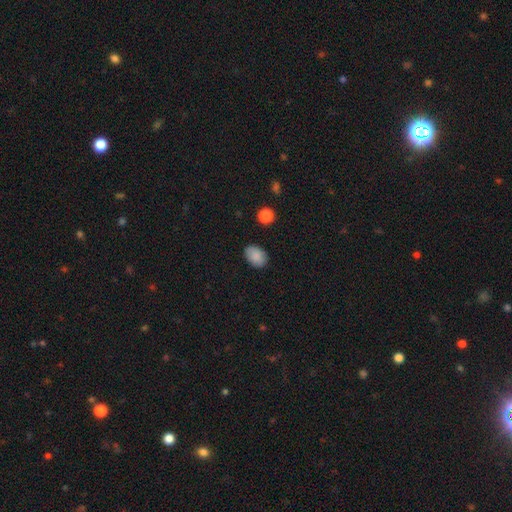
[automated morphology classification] A smooth galaxy with no disk features (87%) that is in between round and cigar-shaped (84%). Merging: none (85%).